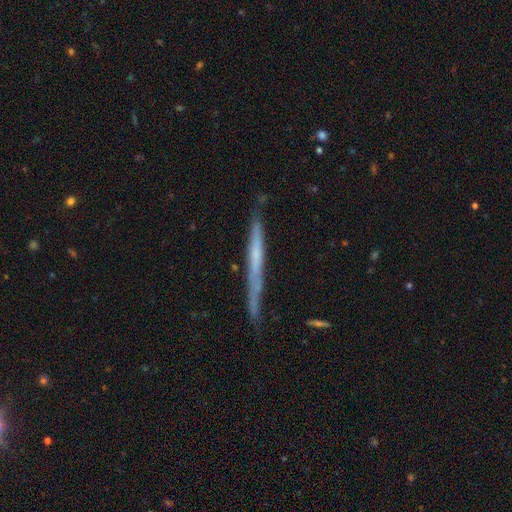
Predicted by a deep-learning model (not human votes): Smooth or featured? featured or disk (57%)
Edge-on disk? yes (95%)
Edge-on bulge? none (82%)
Merging? none (78%)